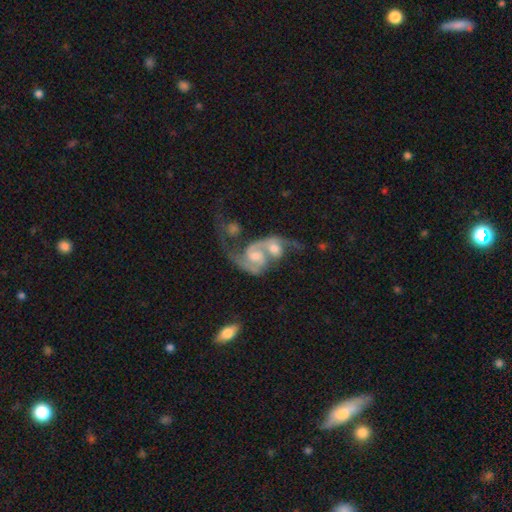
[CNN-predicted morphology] Overall: featured or disk (87%). Edge-on disk: no (97%). Bar: no (51%; weak 37%). Spiral arms: yes (95%). Spiral arm count: 2 (84%). Spiral winding: medium (47%; loose 35%). Bulge size: moderate (50%; small 33%). Merging: merger (68%).